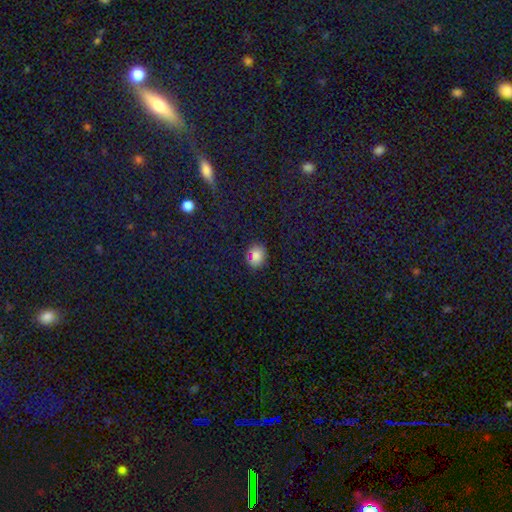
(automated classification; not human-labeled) smooth_or_featured: smooth (p=0.80) [alt: star or artifact p=0.13]
how_rounded: round (p=0.58) [alt: in between p=0.41]
merging: none (p=0.83) [alt: minor disturbance p=0.12]